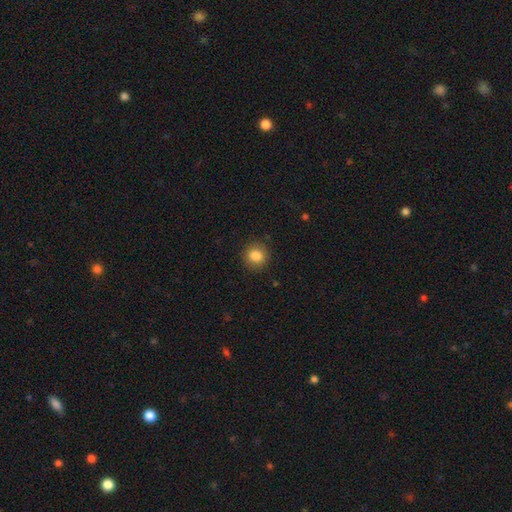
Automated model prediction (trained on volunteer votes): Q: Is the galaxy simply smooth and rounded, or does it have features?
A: smooth — 85%.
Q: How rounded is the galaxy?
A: round — 86%.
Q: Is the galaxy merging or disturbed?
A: none — 89%.